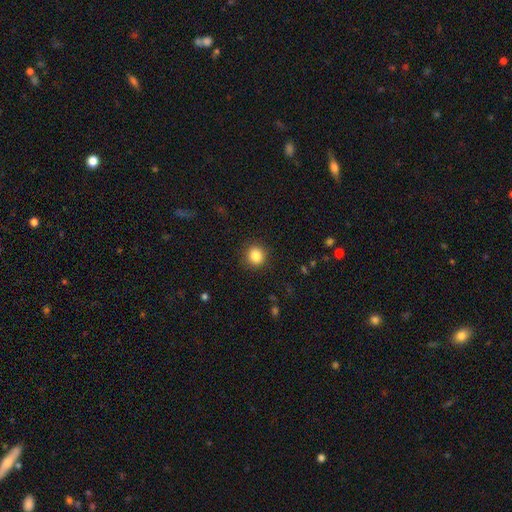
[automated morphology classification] Smooth or featured? smooth (86%)
How rounded? round (89%)
Merging? none (90%)